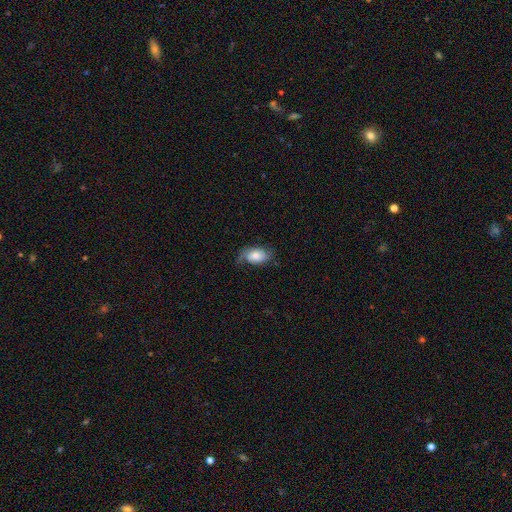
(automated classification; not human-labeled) Smooth or featured? smooth (55%)
How rounded? in between (90%)
Merging? none (54%)